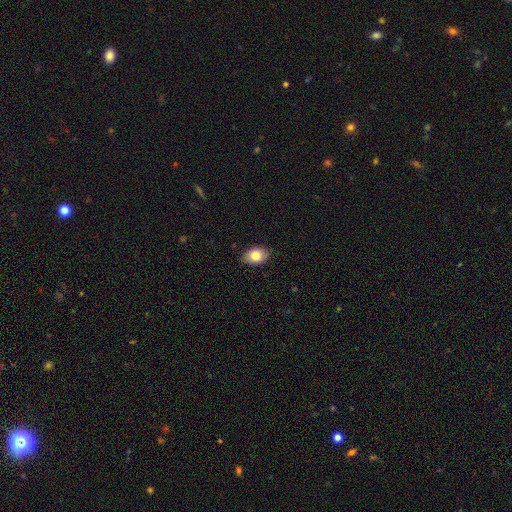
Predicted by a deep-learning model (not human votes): Morphology: type=smooth (82%); roundness=in between (82%); merging=none (87%).